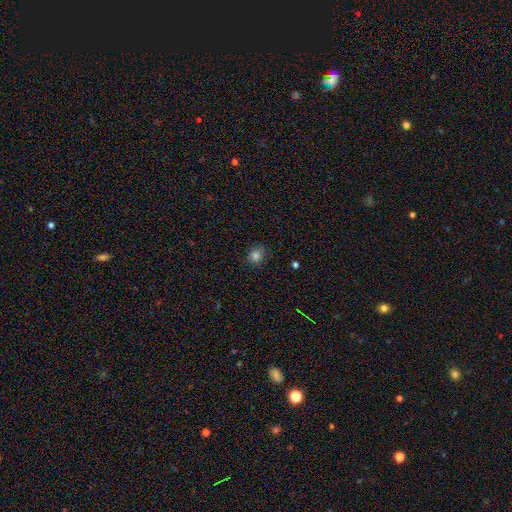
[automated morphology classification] This is clearly a smooth galaxy (81%). How rounded: likely round (78%). Merging: clearly none (81%).